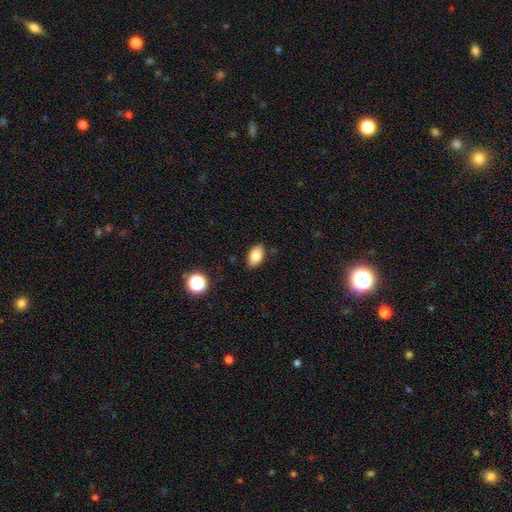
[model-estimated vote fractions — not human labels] Smooth or featured: smooth — 83% (star or artifact — 9%)
How rounded: in between — 90% (round — 8%)
Merging: none — 85% (minor disturbance — 11%)